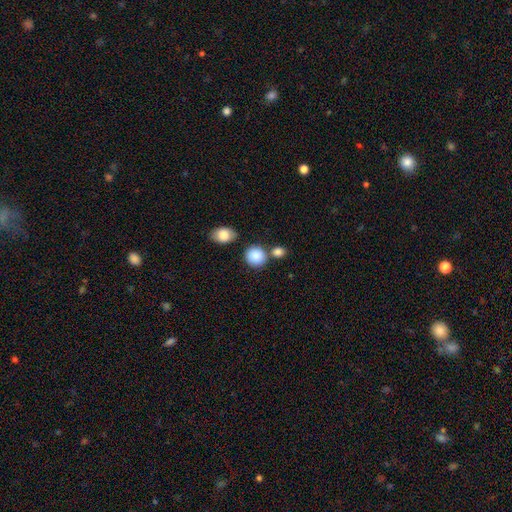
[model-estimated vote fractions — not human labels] This appears to be a smooth galaxy with no disk features (87%) that is round (85%). Merging: none (69%).